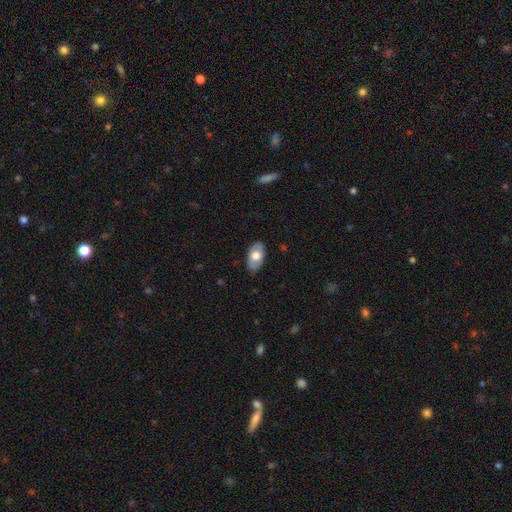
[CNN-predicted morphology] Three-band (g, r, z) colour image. It shows a smooth galaxy with no disk features (64%) that is in between round and cigar-shaped (93%). Merging: none (83%).